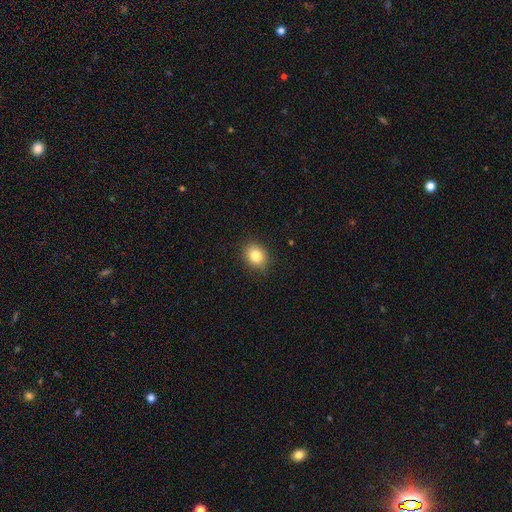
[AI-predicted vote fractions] smooth-or-featured: smooth: 81% | star or artifact: 11% | featured or disk: 8%
  how-rounded: round: 63% | in between: 36% | cigar-shaped: 1%
  merging: none: 86% | minor disturbance: 11% | major disturbance: 2% | merger: 1%